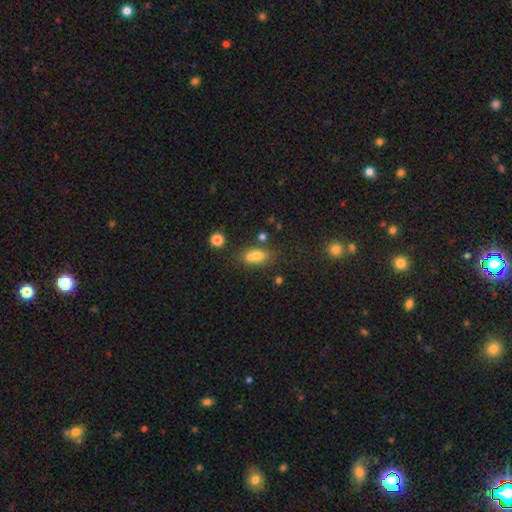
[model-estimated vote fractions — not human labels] Smooth or featured?
  - smooth: 69% *
  - featured or disk: 17%
  - star or artifact: 14%
How rounded?
  - in between: 68% *
  - round: 26%
  - cigar-shaped: 7%
Merging?
  - merger: 42% *
  - none: 40%
  - minor disturbance: 12%
  - major disturbance: 5%